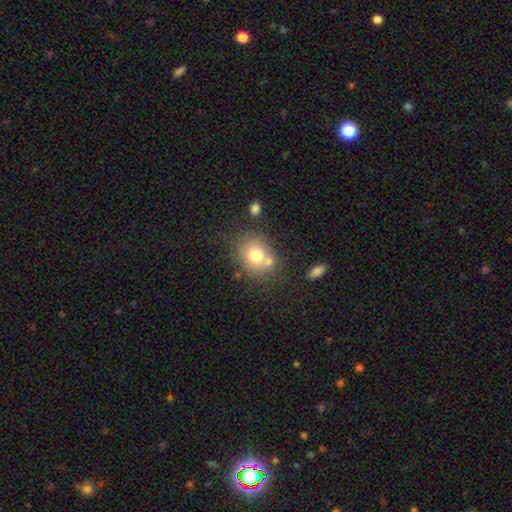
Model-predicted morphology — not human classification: Smooth or featured? Predicted: smooth (p=0.72). How rounded? Predicted: round (p=0.65). Merging? Predicted: none (p=0.57).